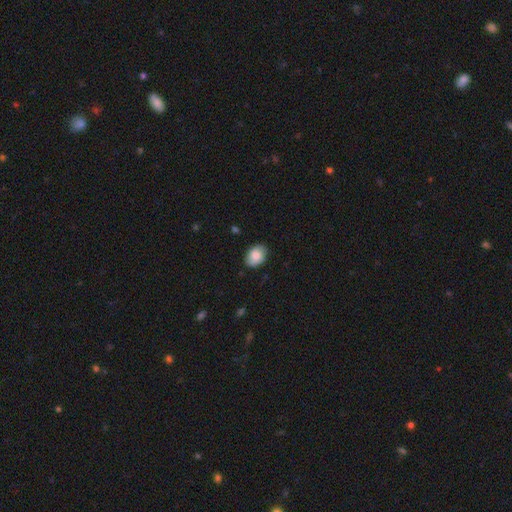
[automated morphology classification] A smooth galaxy with no disk features (84%) that is in between round and cigar-shaped (80%).

Vote fractions:
- Smooth or featured? smooth: 84% / featured or disk: 10% / star or artifact: 7%
- How rounded? in between: 80% / round: 19% / cigar-shaped: 1%
- Merging? none: 84% / minor disturbance: 13% / major disturbance: 2% / merger: 1%